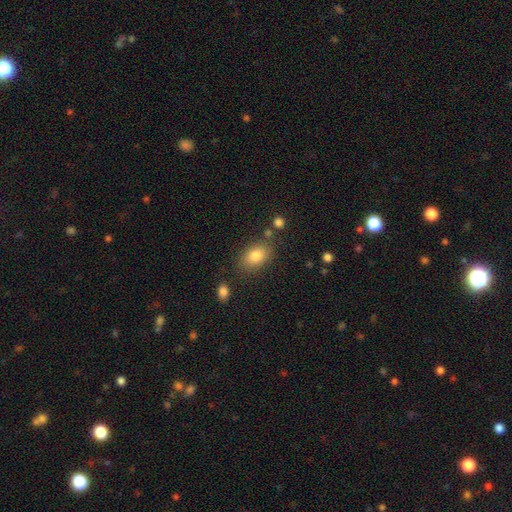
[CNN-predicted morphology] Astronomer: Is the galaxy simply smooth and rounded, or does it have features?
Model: smooth — 82%.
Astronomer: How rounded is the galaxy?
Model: in between — 84%.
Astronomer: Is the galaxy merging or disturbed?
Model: none — 77%.